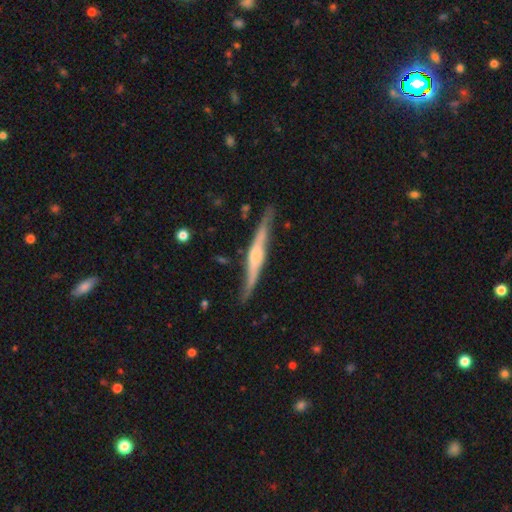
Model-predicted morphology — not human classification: A featured or disk galaxy (76%) viewed edge-on (95%) with a rounded central bulge (67%).

Vote fractions:
- Smooth or featured? featured or disk: 76% / smooth: 20% / star or artifact: 5%
- Edge-on disk? yes: 95% / no: 5%
- Edge-on bulge? rounded: 67% / boxy: 21% / none: 12%
- Merging? none: 79% / minor disturbance: 16% / major disturbance: 3% / merger: 2%